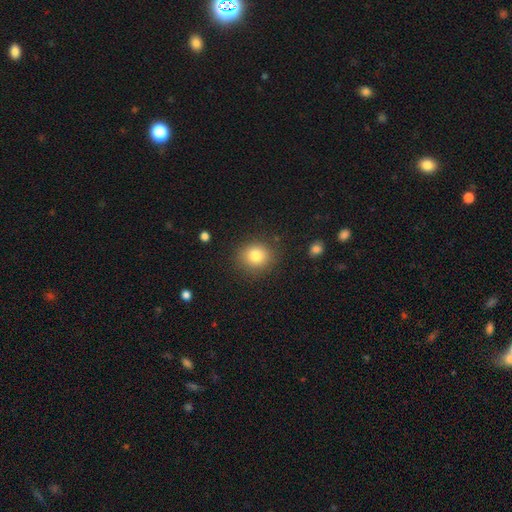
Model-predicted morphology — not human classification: Smooth or featured?
  - smooth: 81% *
  - star or artifact: 11%
  - featured or disk: 9%
How rounded?
  - round: 79% *
  - in between: 21%
  - cigar-shaped: 1%
Merging?
  - none: 86% *
  - minor disturbance: 9%
  - major disturbance: 3%
  - merger: 2%